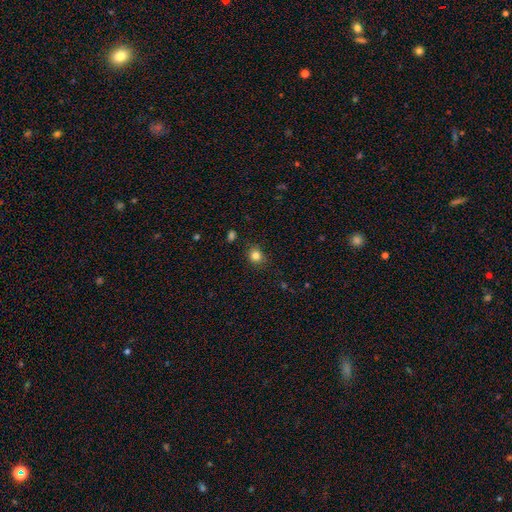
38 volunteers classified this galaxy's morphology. type=smooth (82%); roundness=round (71%); merging=none (89%).